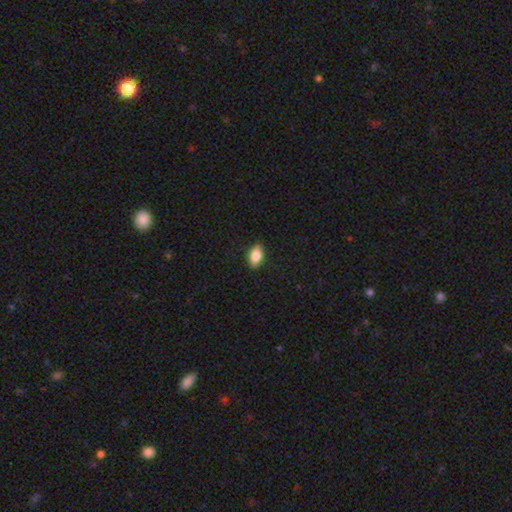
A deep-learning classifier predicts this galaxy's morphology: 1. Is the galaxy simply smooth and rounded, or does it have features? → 77% smooth, 16% featured or disk, 8% star or artifact.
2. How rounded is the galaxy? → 86% in between, 7% cigar-shaped, 7% round.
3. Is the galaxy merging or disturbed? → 86% none, 11% minor disturbance, 2% major disturbance, 1% merger.